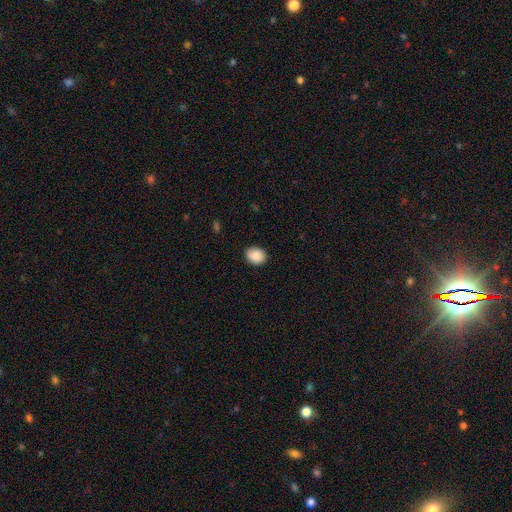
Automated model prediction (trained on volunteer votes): This appears to be a smooth galaxy with no disk features (89%) that is round (51%). Merging: none (88%).